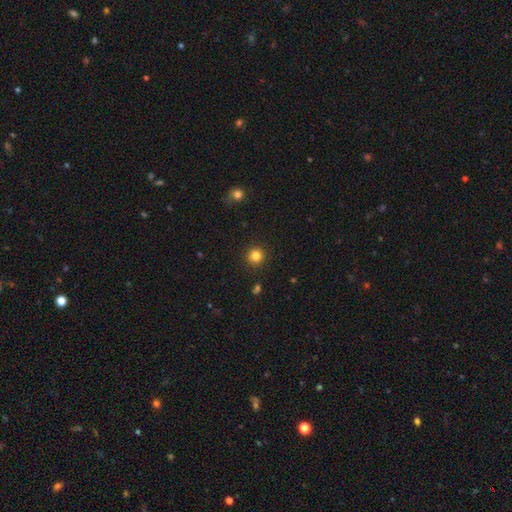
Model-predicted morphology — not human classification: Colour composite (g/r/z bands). It shows a smooth galaxy with no disk features (83%) that is round (95%). Merging: none (91%).